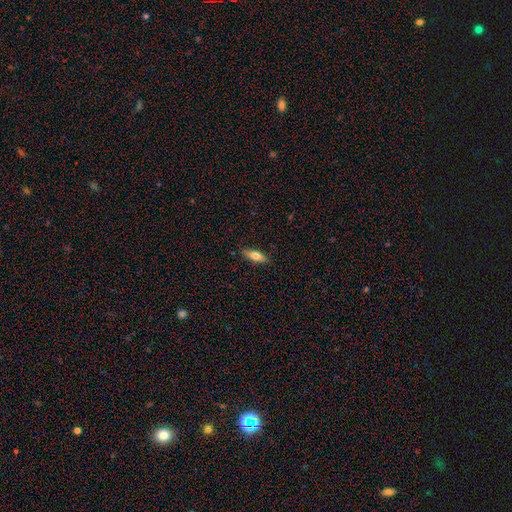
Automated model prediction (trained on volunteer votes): This appears to be a smooth galaxy with no disk features (68%) that is in between round and cigar-shaped (57%). Merging: none (87%).